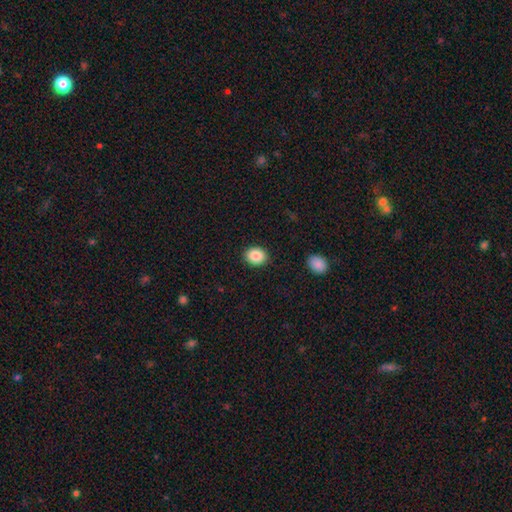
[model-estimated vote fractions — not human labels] This is clearly a smooth galaxy (88%). How rounded: possibly round (53%). Merging: clearly none (90%).